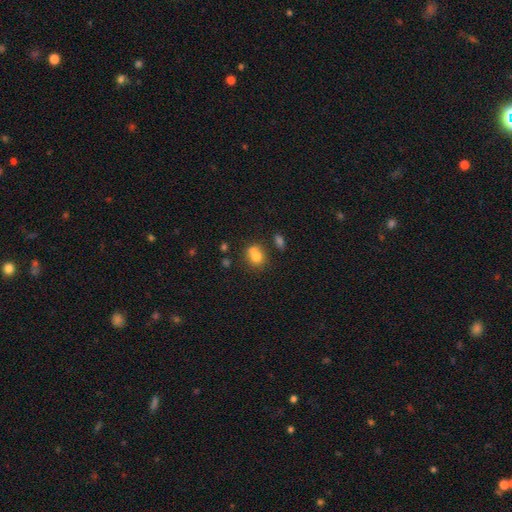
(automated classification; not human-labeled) Morphology: type=smooth (74%); roundness=round (61%); merging=merger (42%).